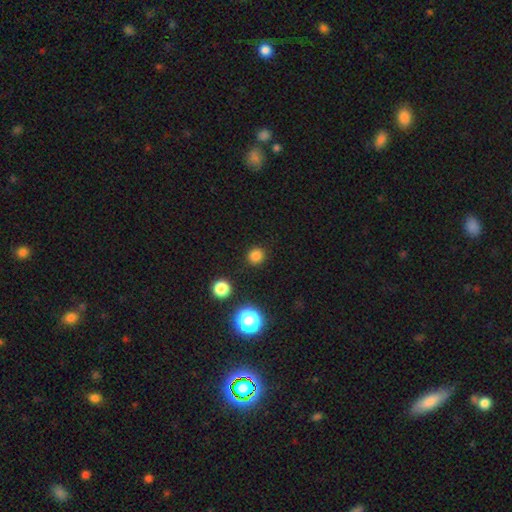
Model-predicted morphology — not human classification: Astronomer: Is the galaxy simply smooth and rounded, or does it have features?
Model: smooth — 81%.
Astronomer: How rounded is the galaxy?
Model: round — 92%.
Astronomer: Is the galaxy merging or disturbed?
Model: none — 90%.